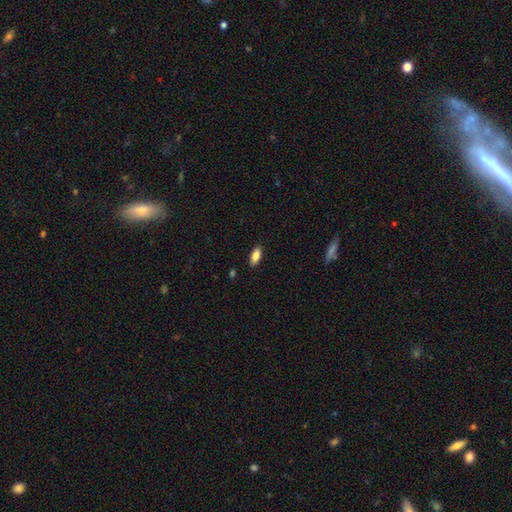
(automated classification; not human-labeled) Overall: smooth (85%). How rounded: in between (84%). Merging: none (87%).